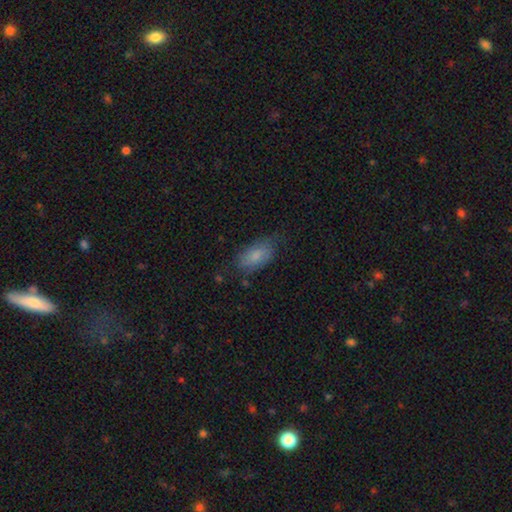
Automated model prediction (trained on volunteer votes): smooth 78%, featured or disk 14%, star or artifact 7%. Down the decision tree: how rounded — in between (90%); merging — none (66%).